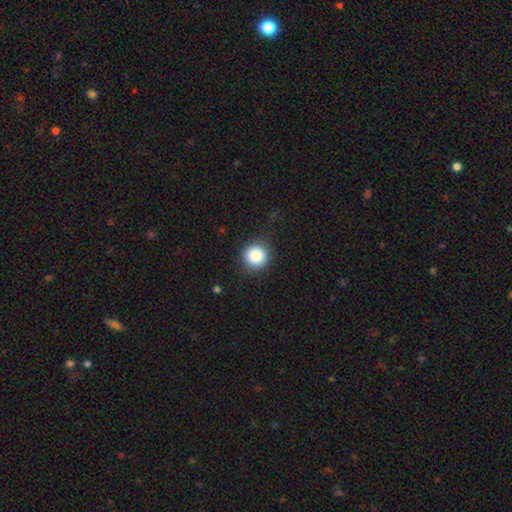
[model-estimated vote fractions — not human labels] Morphology: type=smooth (87%); roundness=round (94%); merging=none (89%).